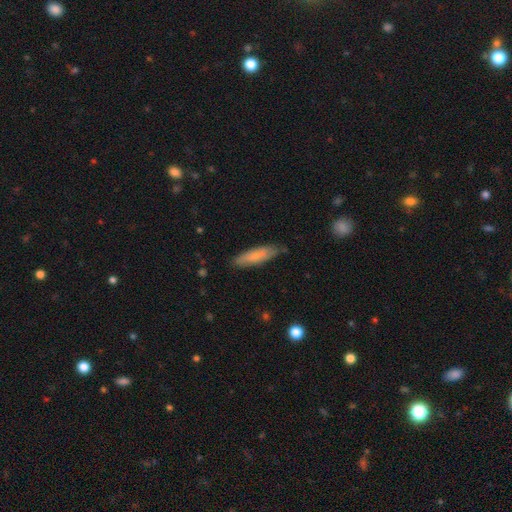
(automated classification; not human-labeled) Smooth or featured?
  - smooth: 71% *
  - featured or disk: 23%
  - star or artifact: 6%
How rounded?
  - cigar-shaped: 67% *
  - in between: 32%
  - round: 2%
Merging?
  - none: 79% *
  - minor disturbance: 17%
  - major disturbance: 3%
  - merger: 2%